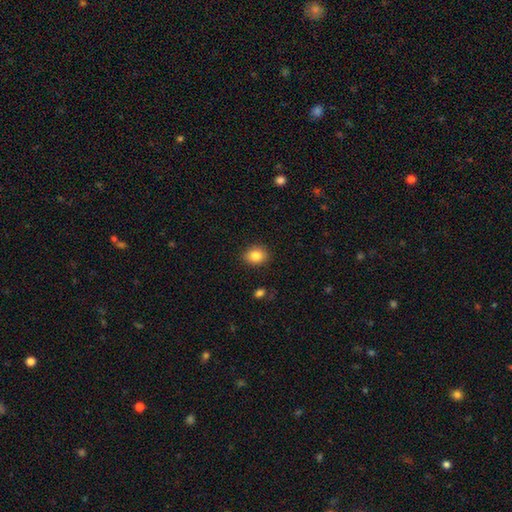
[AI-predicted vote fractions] smooth-or-featured: smooth: 84% | star or artifact: 9% | featured or disk: 7%
  how-rounded: round: 53% | in between: 46% | cigar-shaped: 1%
  merging: none: 89% | minor disturbance: 8% | major disturbance: 2% | merger: 1%